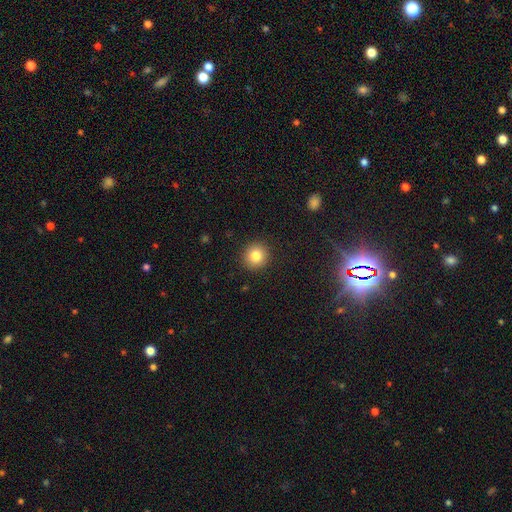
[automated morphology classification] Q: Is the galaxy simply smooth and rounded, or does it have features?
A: smooth — 82%.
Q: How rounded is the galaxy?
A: round — 92%.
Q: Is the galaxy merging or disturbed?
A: none — 92%.